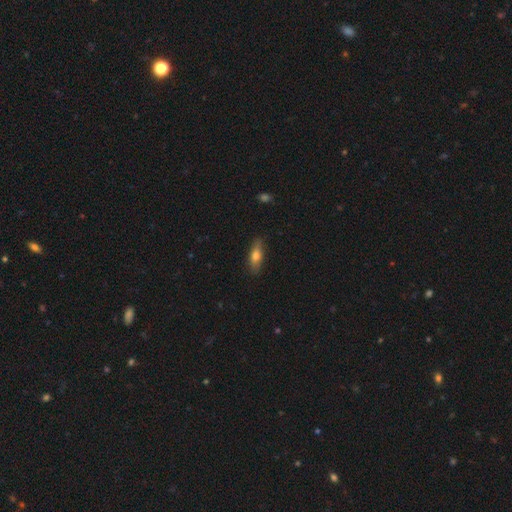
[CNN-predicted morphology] Smooth or featured?
  - smooth: 69% *
  - featured or disk: 24%
  - star or artifact: 7%
How rounded?
  - in between: 55% *
  - cigar-shaped: 42%
  - round: 3%
Merging?
  - none: 83% *
  - minor disturbance: 13%
  - major disturbance: 2%
  - merger: 1%